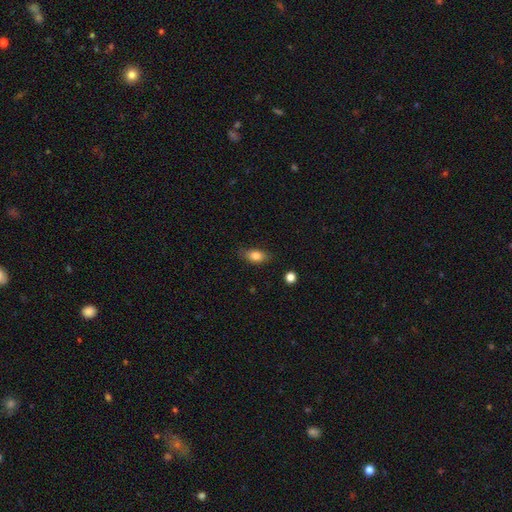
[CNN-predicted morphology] Smooth or featured: smooth — 82% (featured or disk — 10%)
How rounded: in between — 85% (round — 9%)
Merging: none — 78% (minor disturbance — 17%)